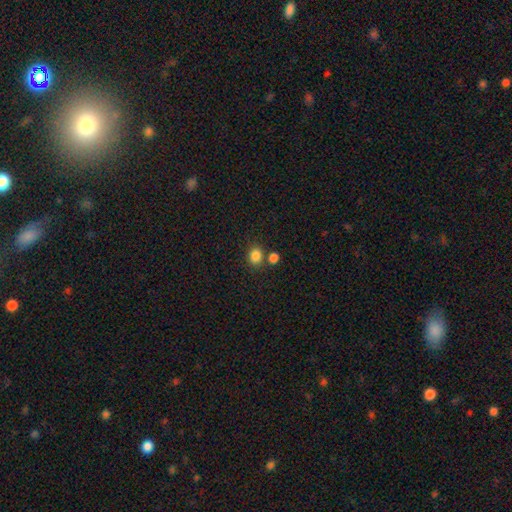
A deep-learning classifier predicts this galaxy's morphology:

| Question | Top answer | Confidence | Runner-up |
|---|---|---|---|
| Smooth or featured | smooth | 84% | star or artifact (11%) |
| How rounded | round | 54% | in between (45%) |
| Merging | none | 69% | merger (18%) |